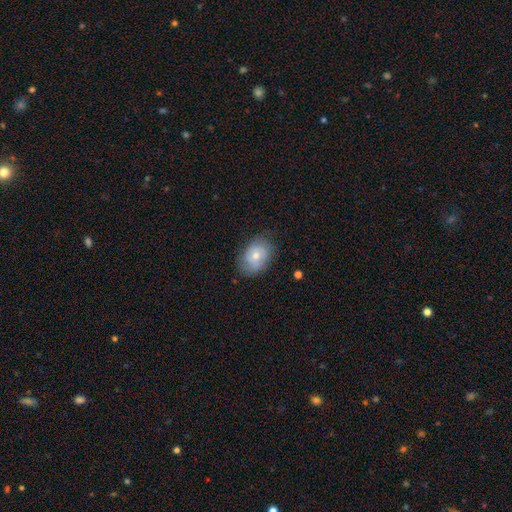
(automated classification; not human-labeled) Smooth or featured: smooth — 68% (featured or disk — 24%)
How rounded: in between — 72% (round — 27%)
Merging: none — 74% (minor disturbance — 20%)